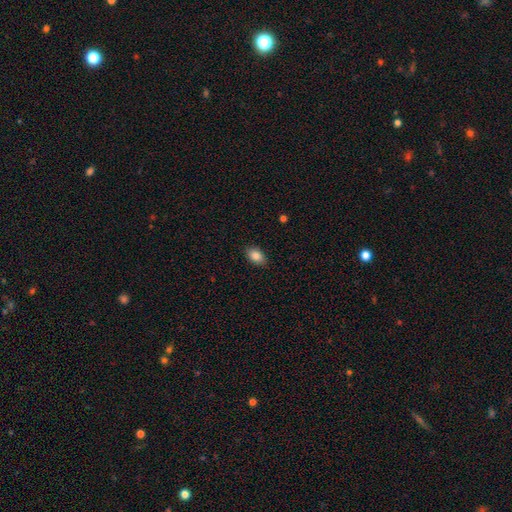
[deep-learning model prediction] smooth-or-featured: smooth: 85% | star or artifact: 8% | featured or disk: 7%
  how-rounded: in between: 87% | round: 12% | cigar-shaped: 1%
  merging: none: 88% | minor disturbance: 9% | major disturbance: 2% | merger: 1%